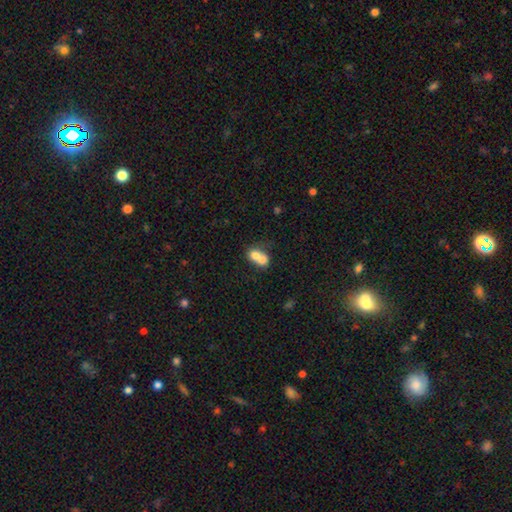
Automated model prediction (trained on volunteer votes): smooth 69%, featured or disk 22%, star or artifact 9%. Down the decision tree: how rounded — round (54%); merging — merger (73%).